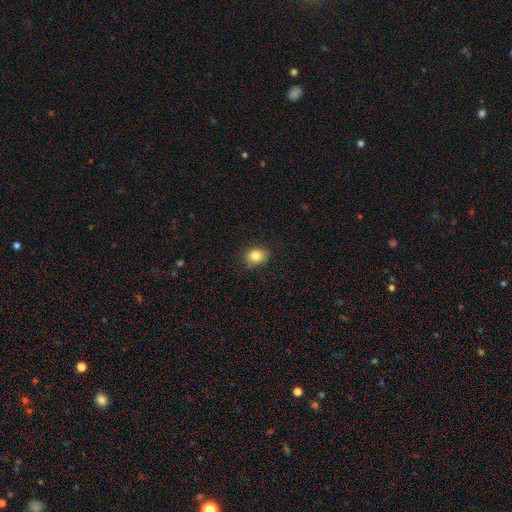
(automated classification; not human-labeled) Smooth or featured: smooth — 84% (star or artifact — 10%)
How rounded: in between — 54% (round — 45%)
Merging: none — 85% (minor disturbance — 12%)